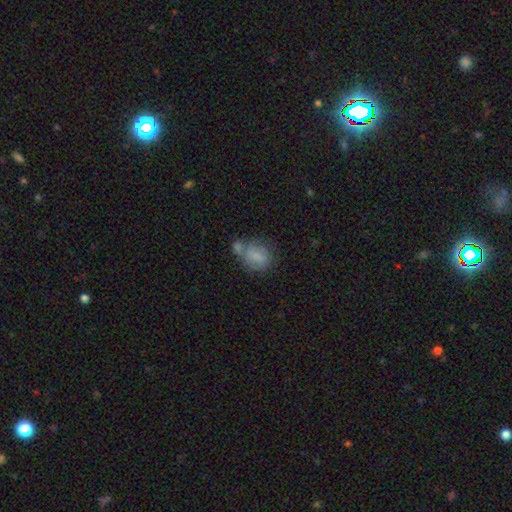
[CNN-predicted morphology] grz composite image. It shows a smooth galaxy with no disk features (75%) that is in between round and cigar-shaped (55%). Merging: merger (39%).